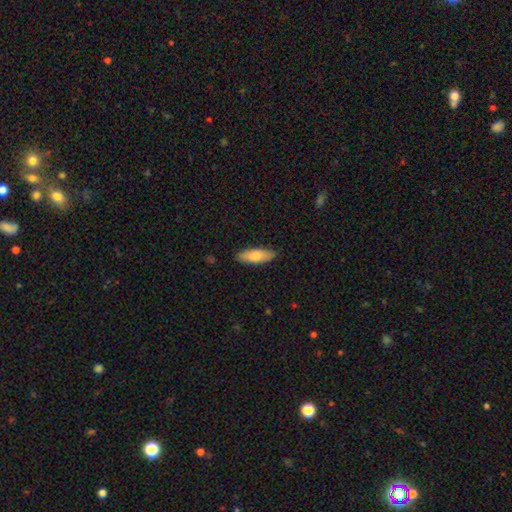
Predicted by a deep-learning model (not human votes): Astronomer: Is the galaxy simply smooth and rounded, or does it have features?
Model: smooth — 80%.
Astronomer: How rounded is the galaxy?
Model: in between — 64%.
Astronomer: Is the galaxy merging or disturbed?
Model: none — 87%.